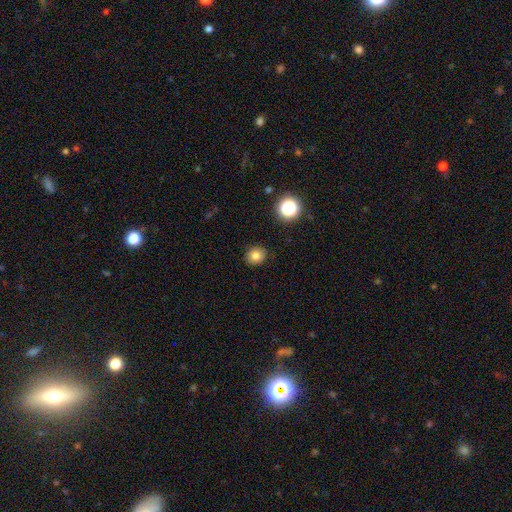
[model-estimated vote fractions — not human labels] This is likely a smooth galaxy (80%). How rounded: clearly round (82%). Merging: clearly none (90%).